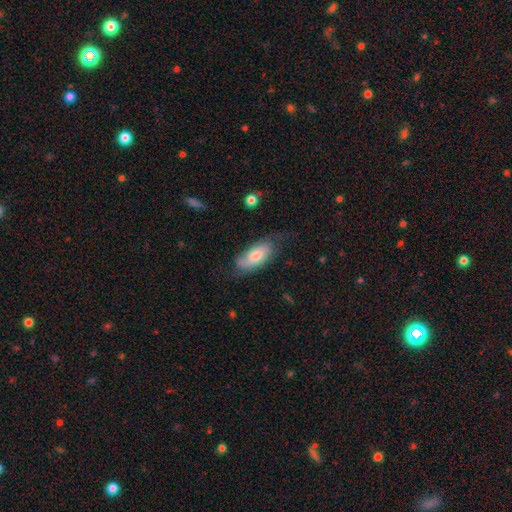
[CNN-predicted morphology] type=smooth (56%); roundness=in between (86%); merging=none (54%).